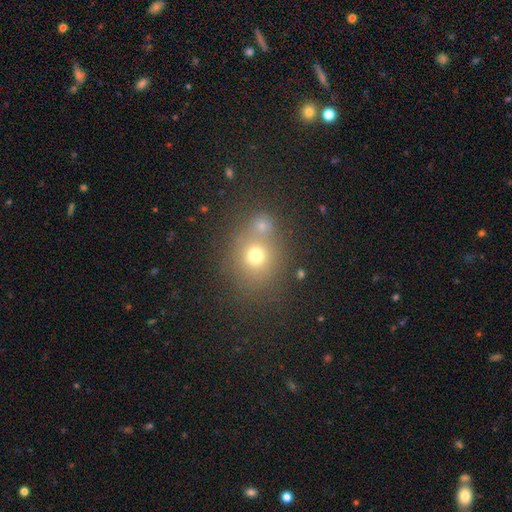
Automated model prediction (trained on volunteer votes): Smooth or featured: smooth — 68% (star or artifact — 19%)
How rounded: round — 74% (in between — 25%)
Merging: none — 54% (merger — 31%)